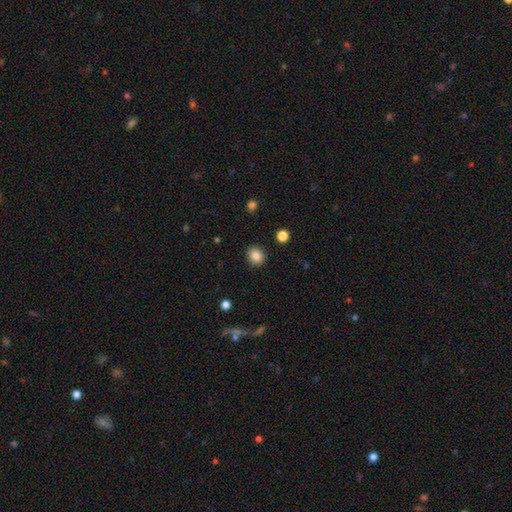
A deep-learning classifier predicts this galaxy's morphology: Smooth or featured? smooth (85%)
How rounded? round (71%)
Merging? none (90%)